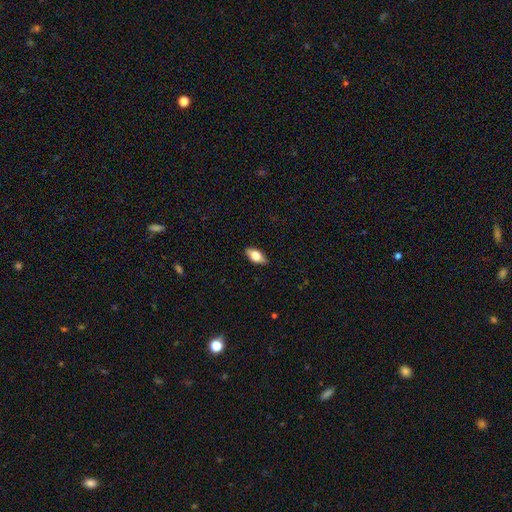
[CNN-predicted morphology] A smooth galaxy with no disk features (68%) that is in between round and cigar-shaped (86%). Merging: none (86%).